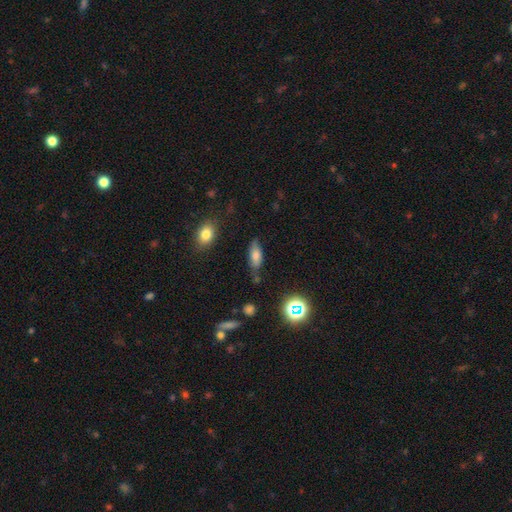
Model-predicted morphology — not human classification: smooth-or-featured: smooth: 71% | featured or disk: 18% | star or artifact: 11%
  how-rounded: in between: 76% | cigar-shaped: 20% | round: 4%
  merging: none: 67% | minor disturbance: 23% | major disturbance: 5% | merger: 5%